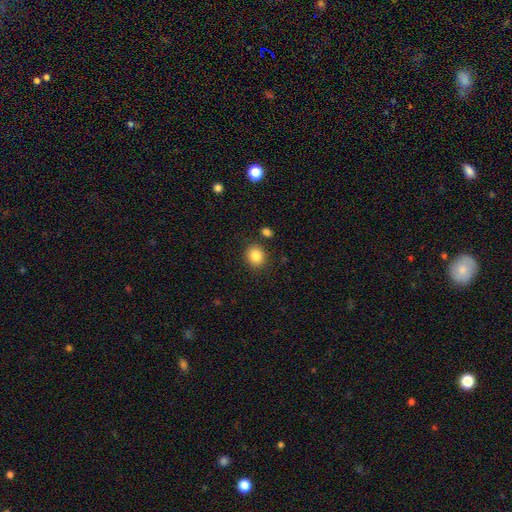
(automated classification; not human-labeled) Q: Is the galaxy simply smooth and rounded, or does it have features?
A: smooth — 85%.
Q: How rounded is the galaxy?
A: round — 79%.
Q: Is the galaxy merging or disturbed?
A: none — 86%.